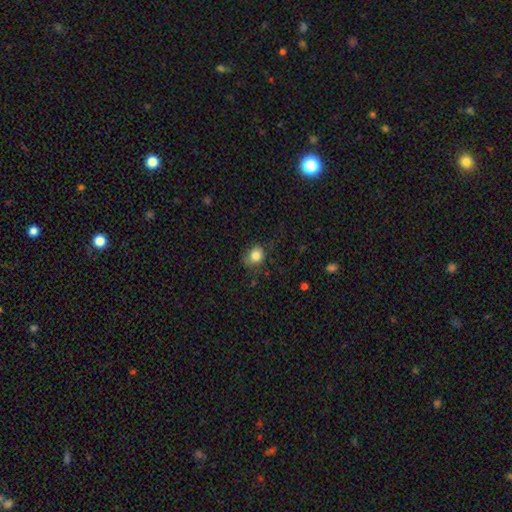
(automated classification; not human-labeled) Smooth or featured? Predicted: smooth (p=0.83). How rounded? Predicted: round (p=0.62). Merging? Predicted: none (p=0.66).